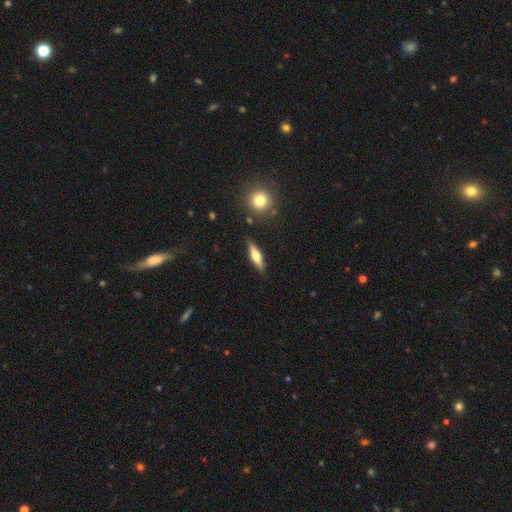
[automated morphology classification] Smooth or featured?
  - featured or disk: 47% *
  - smooth: 46%
  - star or artifact: 6%
Merging?
  - none: 85% *
  - minor disturbance: 10%
  - major disturbance: 2%
  - merger: 2%